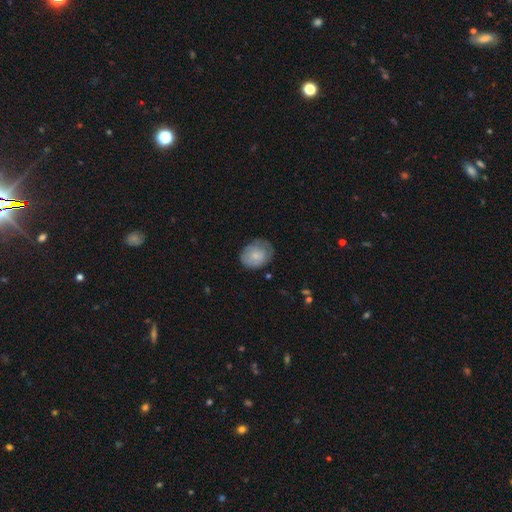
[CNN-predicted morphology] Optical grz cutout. It shows a smooth galaxy with no disk features (70%) that is in between round and cigar-shaped (52%). Merging: none (64%).